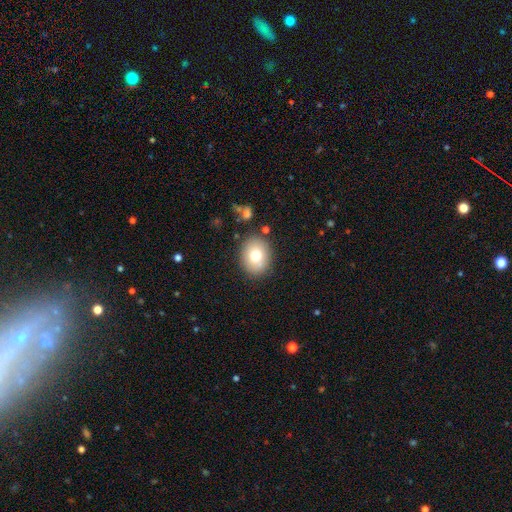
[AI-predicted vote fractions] This appears to be a smooth galaxy with no disk features (75%) that is in between round and cigar-shaped (51%). Merging: none (84%).